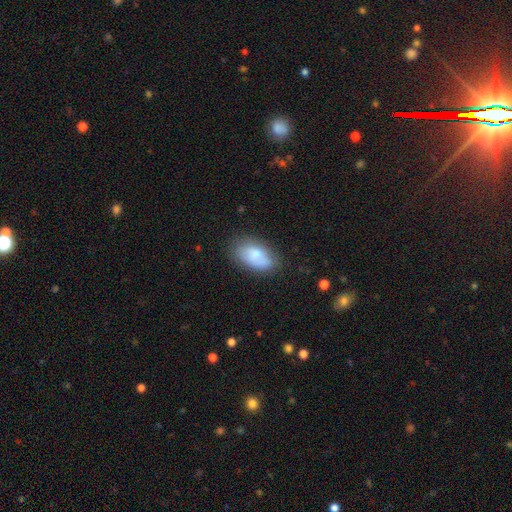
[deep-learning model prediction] Smooth or featured? Predicted: smooth (p=0.75). How rounded? Predicted: in between (p=0.93). Merging? Predicted: none (p=0.63).